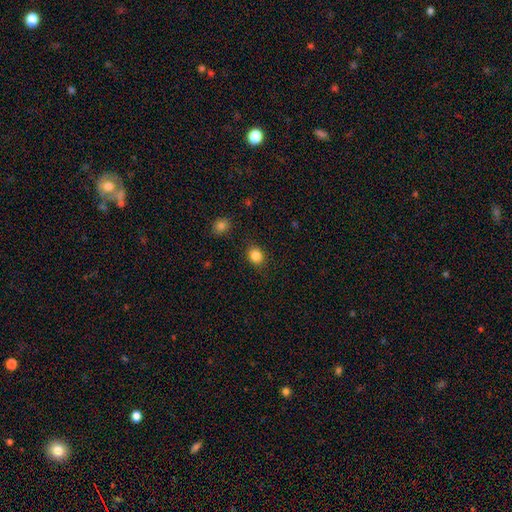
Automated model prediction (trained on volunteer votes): A smooth galaxy with no disk features (85%) that is round (68%). Merging: none (84%).